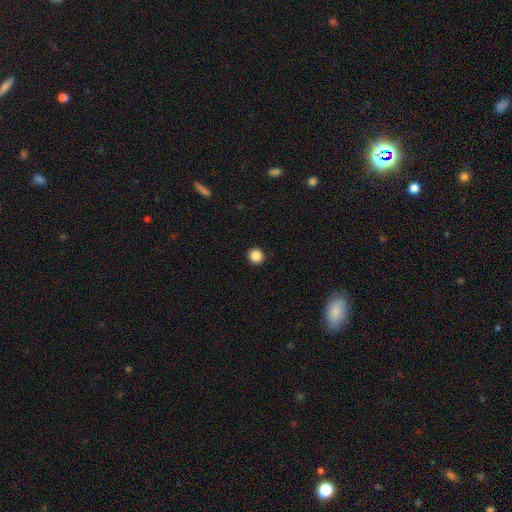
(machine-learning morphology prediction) smooth-or-featured: smooth: 87% | star or artifact: 10% | featured or disk: 3%
  how-rounded: round: 96% | in between: 3% | cigar-shaped: 1%
  merging: none: 94% | minor disturbance: 4% | major disturbance: 1% | merger: 1%